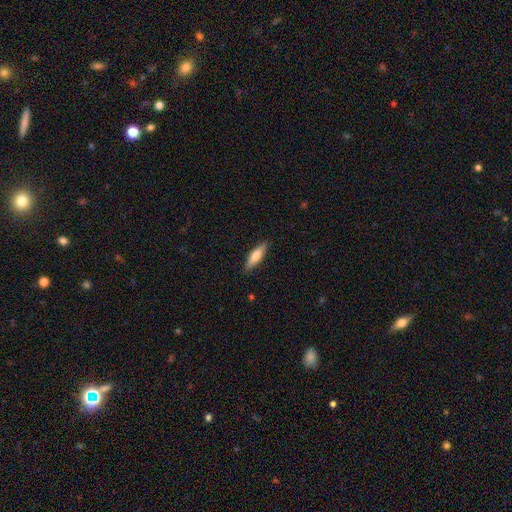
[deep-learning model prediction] Morphology: type=smooth (67%); roundness=cigar-shaped (64%); merging=none (88%).